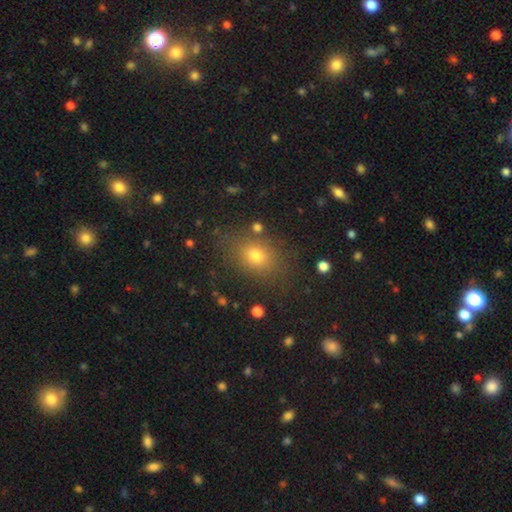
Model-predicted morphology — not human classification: A smooth galaxy with no disk features (74%) that is in between round and cigar-shaped (54%). Merging: none (80%).